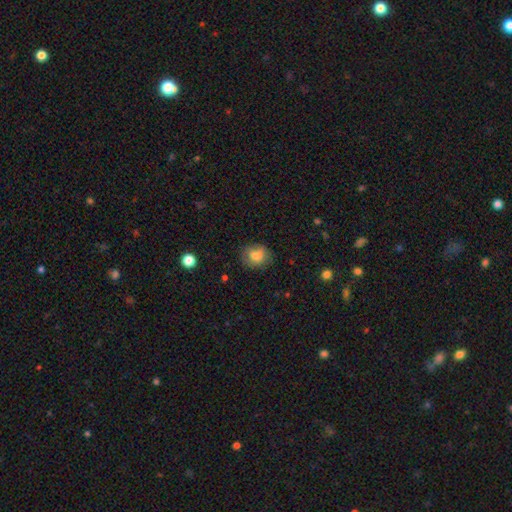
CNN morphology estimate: Smooth or featured?
  - smooth: 77% *
  - featured or disk: 14%
  - star or artifact: 10%
How rounded?
  - round: 66% *
  - in between: 33%
  - cigar-shaped: 1%
Merging?
  - none: 73% *
  - minor disturbance: 20%
  - major disturbance: 5%
  - merger: 2%